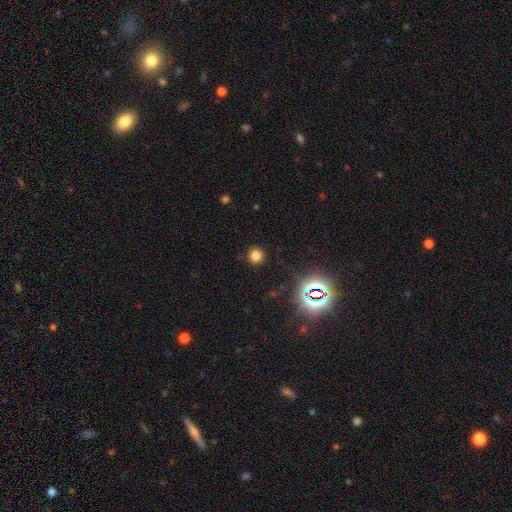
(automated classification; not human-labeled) Morphology: type=smooth (75%); roundness=round (93%); merging=none (91%).